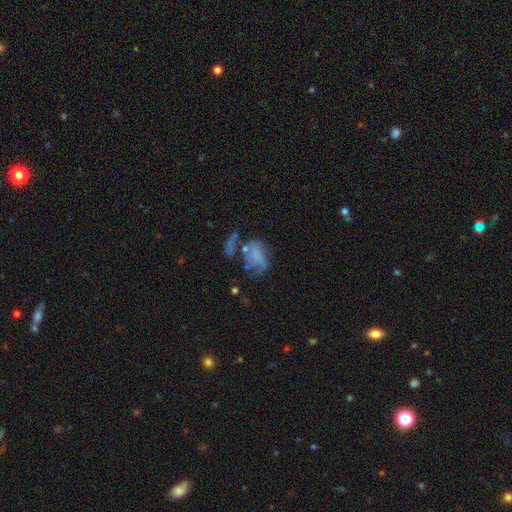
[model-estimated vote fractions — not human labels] smooth_or_featured: smooth (p=0.47) [alt: featured or disk p=0.39]
merging: major disturbance (p=0.35) [alt: none p=0.27]